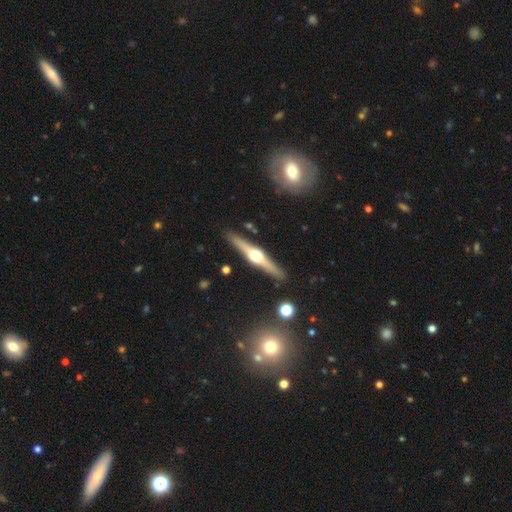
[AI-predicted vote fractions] Smooth or featured? Predicted: featured or disk (p=0.78). Edge-on disk? Predicted: yes (p=0.98). Edge-on bulge? Predicted: rounded (p=0.95). Merging? Predicted: none (p=0.90).